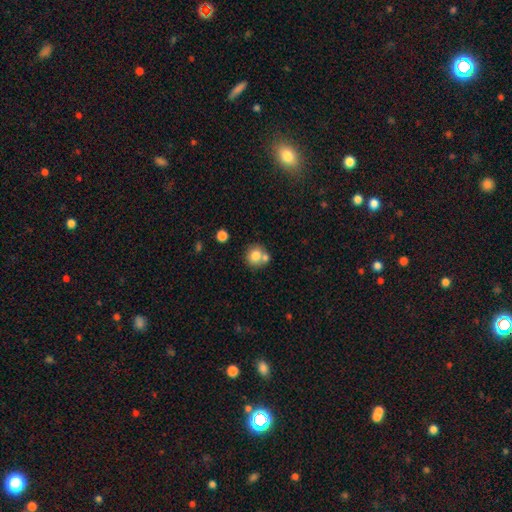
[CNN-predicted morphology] Smooth or featured? smooth (77%)
How rounded? round (85%)
Merging? none (54%)